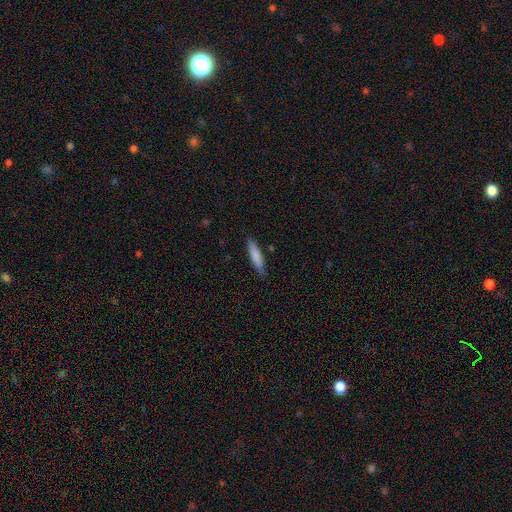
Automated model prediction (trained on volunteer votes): Overall: smooth (81%). How rounded: cigar-shaped (79%). Merging: none (84%).